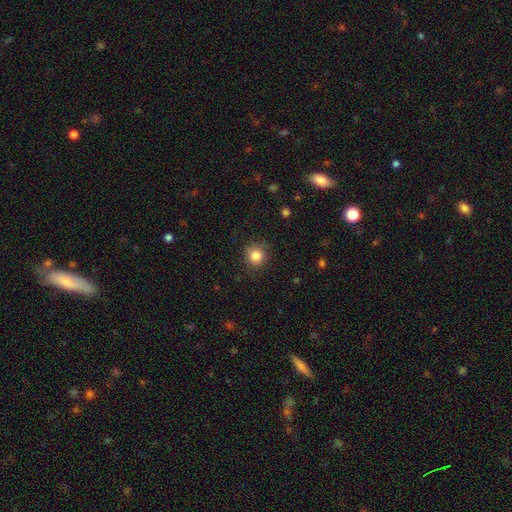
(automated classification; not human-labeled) Smooth or featured?
  - smooth: 84% *
  - star or artifact: 11%
  - featured or disk: 5%
How rounded?
  - round: 92% *
  - in between: 8%
  - cigar-shaped: 1%
Merging?
  - none: 86% *
  - minor disturbance: 10%
  - major disturbance: 3%
  - merger: 1%